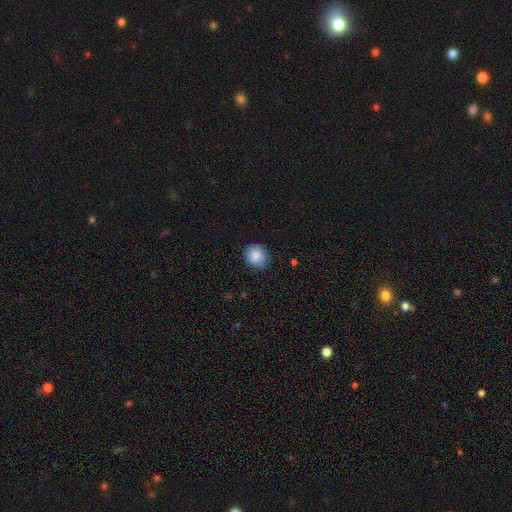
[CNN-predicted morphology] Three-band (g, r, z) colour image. It shows a smooth galaxy with no disk features (86%) that is round (75%). Merging: none (85%).